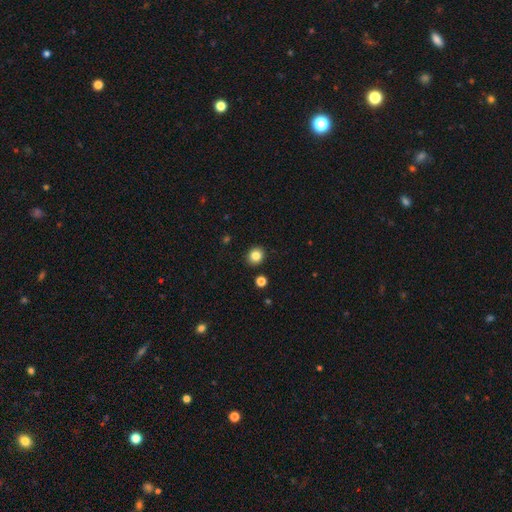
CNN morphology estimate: Smooth or featured? smooth (84%)
How rounded? round (77%)
Merging? none (90%)